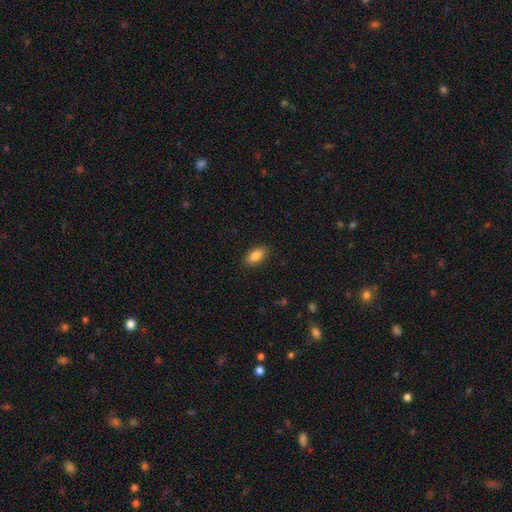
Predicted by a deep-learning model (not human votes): smooth-or-featured: smooth: 84% | featured or disk: 8% | star or artifact: 7%
  how-rounded: in between: 89% | cigar-shaped: 7% | round: 4%
  merging: none: 88% | minor disturbance: 9% | major disturbance: 2% | merger: 1%